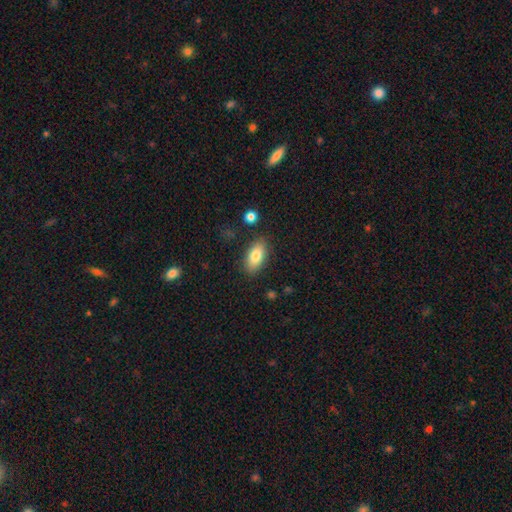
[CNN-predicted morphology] Smooth or featured? smooth (82%)
How rounded? in between (89%)
Merging? none (84%)